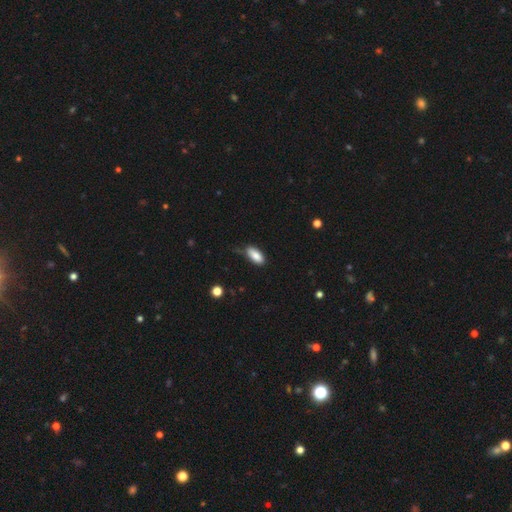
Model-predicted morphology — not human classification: The model was most divided on "merging": none: 64%, minor disturbance: 29%, major disturbance: 5%, merger: 2%. More confident: how rounded — in between (86%); smooth or featured — smooth (85%).